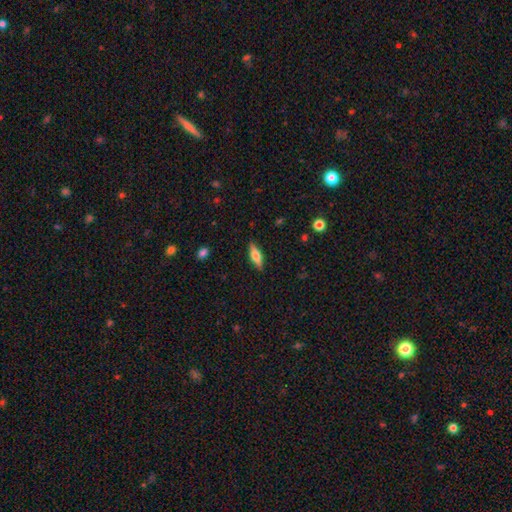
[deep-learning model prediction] A featured or disk galaxy (48%). Merging: none (89%).